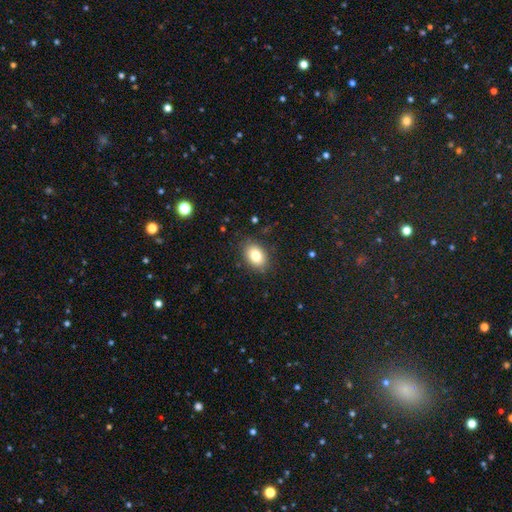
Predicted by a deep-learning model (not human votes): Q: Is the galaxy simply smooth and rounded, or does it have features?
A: smooth — 81%.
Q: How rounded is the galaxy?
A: in between — 78%.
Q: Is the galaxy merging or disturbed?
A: none — 86%.